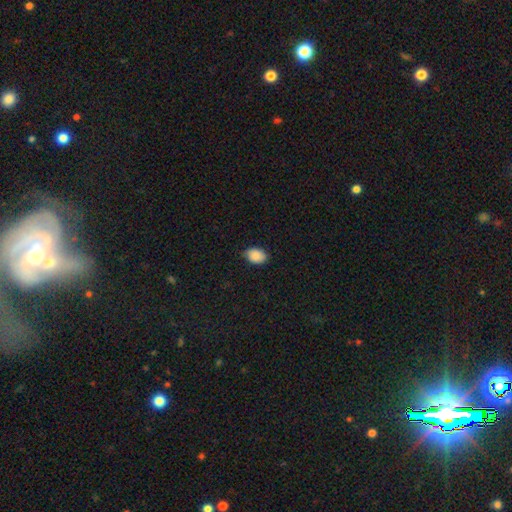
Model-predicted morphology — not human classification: A smooth galaxy with no disk features (88%) that is in between round and cigar-shaped (80%). Merging: none (78%).